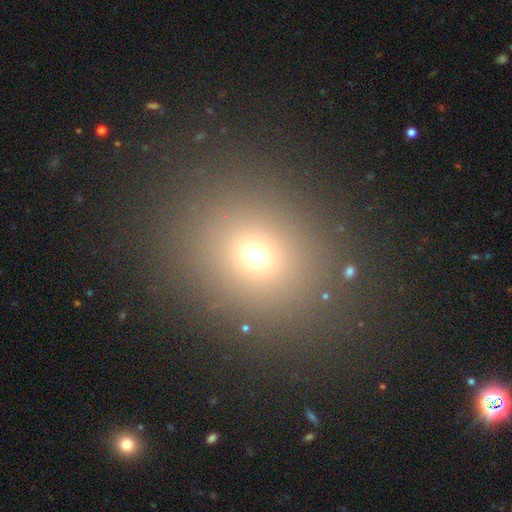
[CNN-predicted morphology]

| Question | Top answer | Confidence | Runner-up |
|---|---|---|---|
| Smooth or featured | smooth | 67% | star or artifact (24%) |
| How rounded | round | 73% | in between (25%) |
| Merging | none | 87% | minor disturbance (7%) |